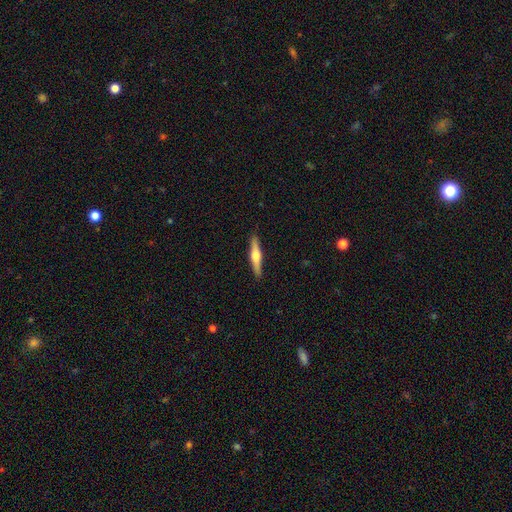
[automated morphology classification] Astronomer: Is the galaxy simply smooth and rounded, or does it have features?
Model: featured or disk — 62%.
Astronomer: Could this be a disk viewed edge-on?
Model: yes — 97%.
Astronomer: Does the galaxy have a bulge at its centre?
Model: rounded — 93%.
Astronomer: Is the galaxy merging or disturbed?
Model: none — 91%.